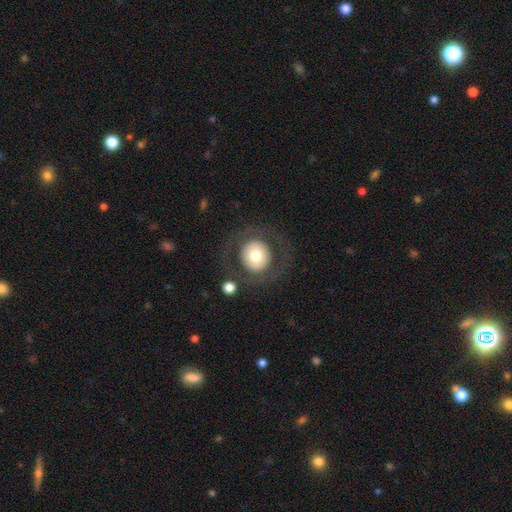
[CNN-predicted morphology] smooth_or_featured: smooth (p=0.61) [alt: featured or disk p=0.31]
how_rounded: round (p=0.92) [alt: in between p=0.07]
merging: none (p=0.78) [alt: major disturbance p=0.10]